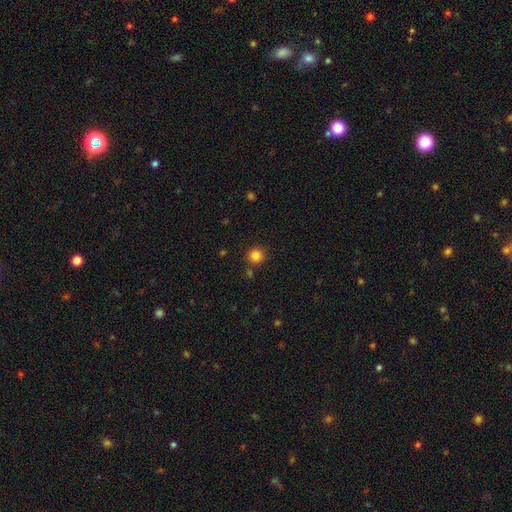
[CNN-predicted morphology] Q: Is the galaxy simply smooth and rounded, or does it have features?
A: smooth — 84%.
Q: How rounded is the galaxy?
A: round — 94%.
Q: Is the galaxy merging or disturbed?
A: none — 85%.